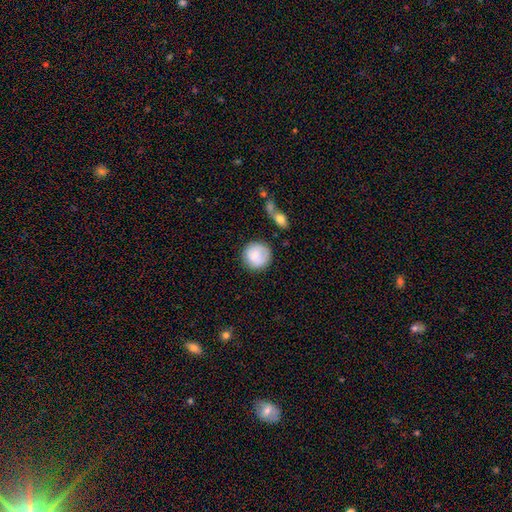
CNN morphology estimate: smooth_or_featured: smooth (p=0.80) [alt: featured or disk p=0.14]
how_rounded: round (p=0.93) [alt: in between p=0.06]
merging: none (p=0.76) [alt: minor disturbance p=0.16]